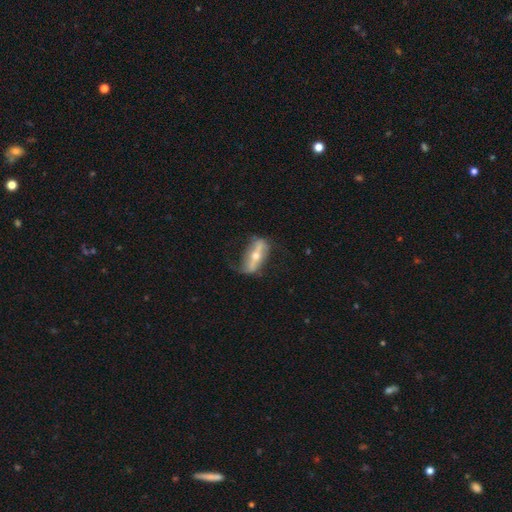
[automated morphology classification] A featured or disk galaxy (67%).

Vote fractions:
- Smooth or featured? featured or disk: 67% / smooth: 27% / star or artifact: 6%
- Edge-on disk? no: 61% / yes: 39%
- Merging? none: 54% / minor disturbance: 26% / major disturbance: 17% / merger: 3%